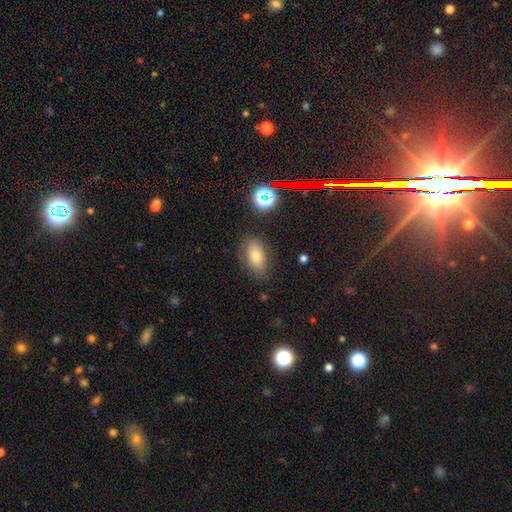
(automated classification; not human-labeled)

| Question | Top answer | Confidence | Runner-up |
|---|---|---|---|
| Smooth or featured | smooth | 71% | featured or disk (15%) |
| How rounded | in between | 86% | round (9%) |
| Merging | none | 80% | minor disturbance (14%) |